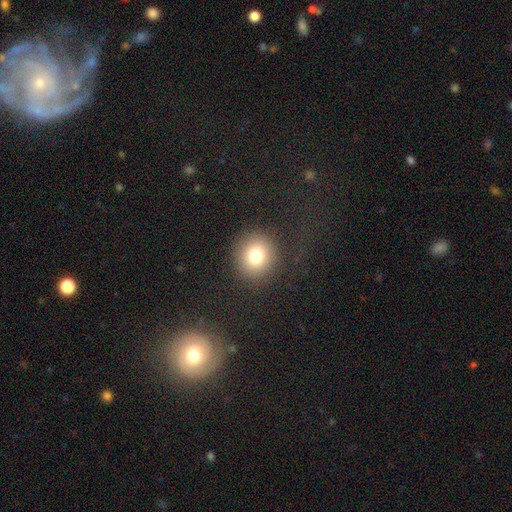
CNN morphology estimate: Smooth or featured? Predicted: smooth (p=0.78). How rounded? Predicted: round (p=0.86). Merging? Predicted: none (p=0.85).